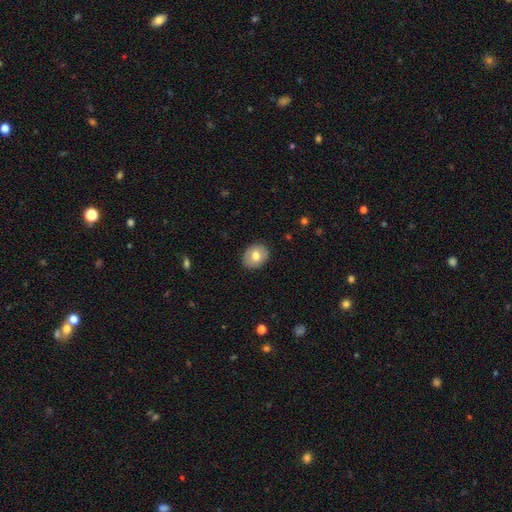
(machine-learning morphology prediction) smooth-or-featured: smooth: 69% | featured or disk: 24% | star or artifact: 7%
  how-rounded: round: 52% | in between: 48% | cigar-shaped: 1%
  merging: none: 88% | minor disturbance: 9% | major disturbance: 2% | merger: 1%